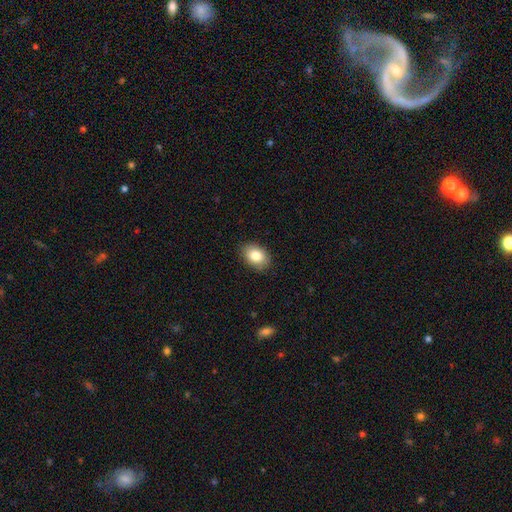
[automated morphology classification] This appears to be a smooth galaxy with no disk features (84%) that is in between round and cigar-shaped (78%). Merging: none (87%).